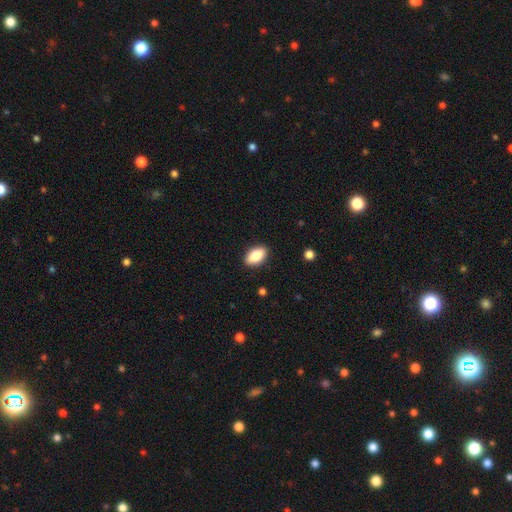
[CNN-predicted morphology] This is clearly a smooth galaxy (82%). How rounded: clearly in between (91%). Merging: clearly none (89%).